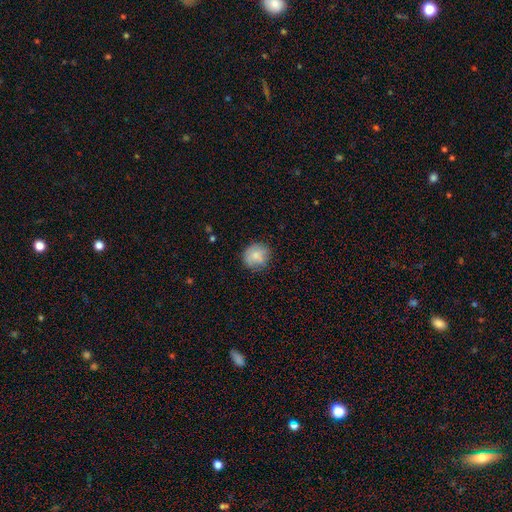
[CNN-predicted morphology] Smooth or featured? Predicted: smooth (p=0.79). How rounded? Predicted: round (p=0.84). Merging? Predicted: none (p=0.77).